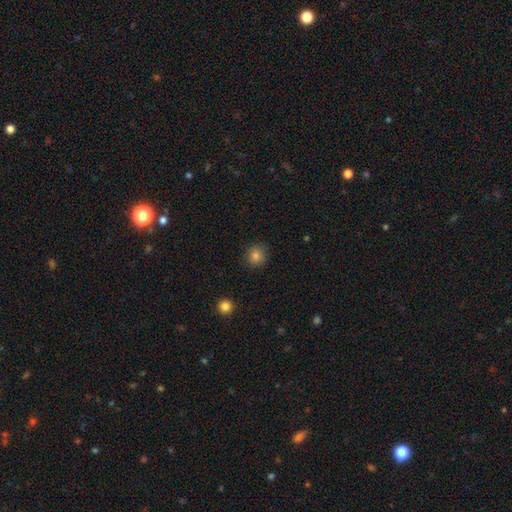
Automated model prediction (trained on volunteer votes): smooth-or-featured: smooth: 81% | star or artifact: 13% | featured or disk: 6%
  how-rounded: round: 89% | in between: 10% | cigar-shaped: 1%
  merging: none: 89% | minor disturbance: 7% | major disturbance: 2% | merger: 1%